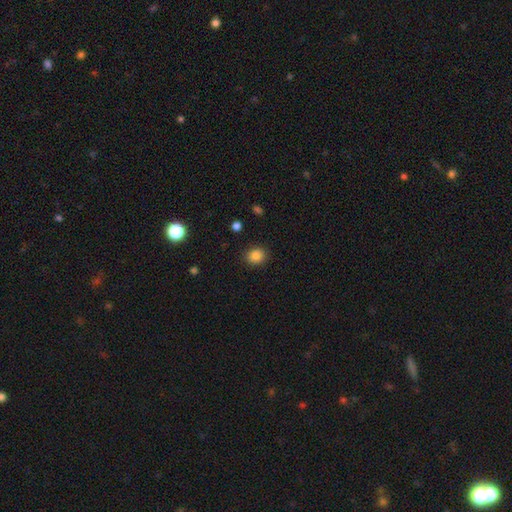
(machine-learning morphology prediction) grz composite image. It shows a smooth galaxy with no disk features (86%) that is round (71%). Merging: none (88%).